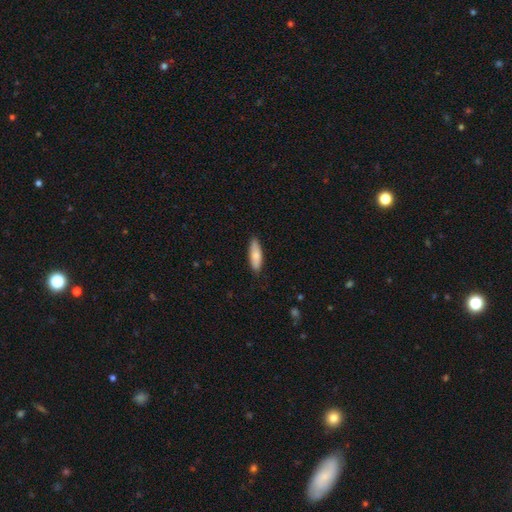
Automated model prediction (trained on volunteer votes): Q: Smooth or featured?
A: smooth (80%); runner-up: featured or disk (15%)
Q: How rounded?
A: cigar-shaped (51%); runner-up: in between (47%)
Q: Merging?
A: none (86%); runner-up: minor disturbance (11%)